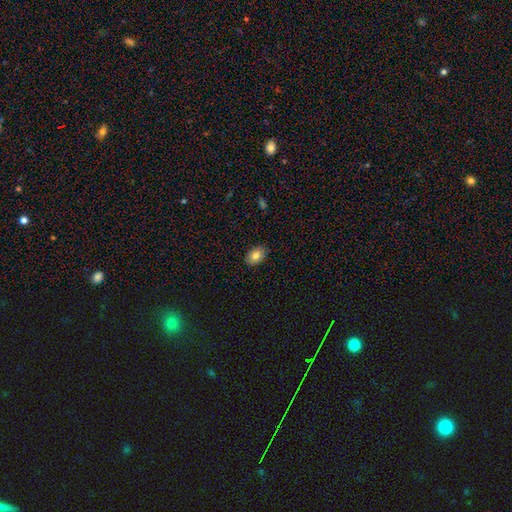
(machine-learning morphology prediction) smooth 81%, featured or disk 11%, star or artifact 8%. Down the decision tree: how rounded — in between (77%); merging — none (88%).